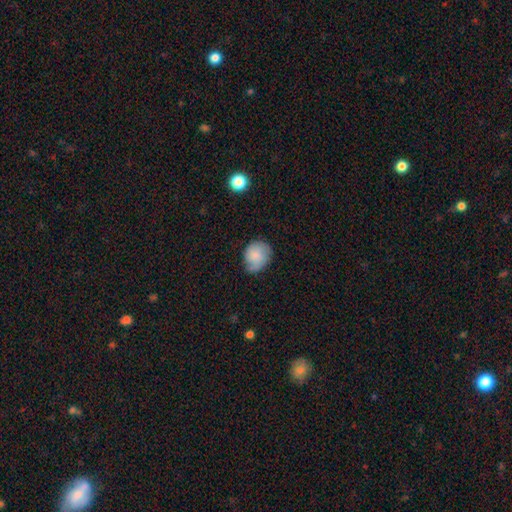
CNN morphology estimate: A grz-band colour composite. It shows a smooth galaxy with no disk features (71%) that is round (59%). Merging: none (58%).